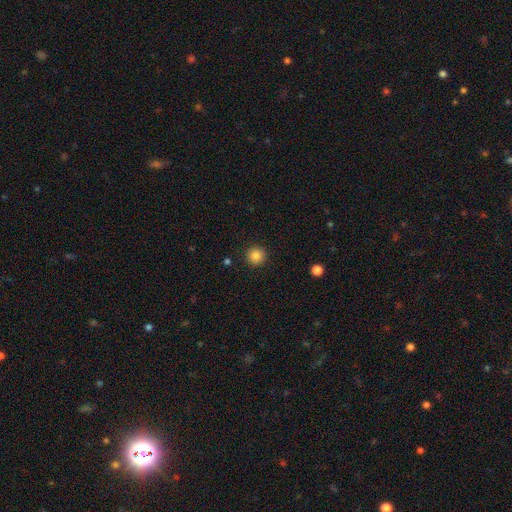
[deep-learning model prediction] This is clearly a smooth galaxy (85%). How rounded: clearly round (95%). Merging: clearly none (92%).